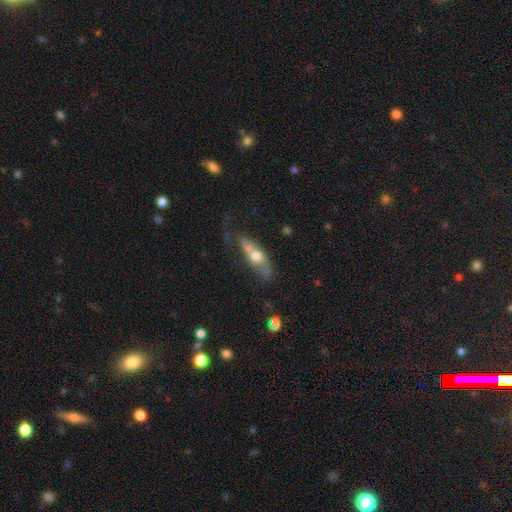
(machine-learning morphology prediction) smooth-or-featured: featured or disk: 54% | smooth: 38% | star or artifact: 8%
  disk-edge-on: no: 59% | yes: 41%
  merging: none: 42% | minor disturbance: 26% | major disturbance: 20% | merger: 12%